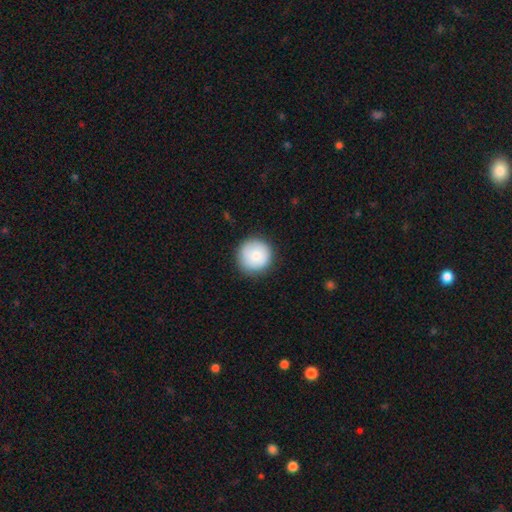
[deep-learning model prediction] Smooth or featured?
  - smooth: 80% *
  - featured or disk: 12%
  - star or artifact: 7%
How rounded?
  - round: 96% *
  - in between: 3%
  - cigar-shaped: 1%
Merging?
  - none: 87% *
  - minor disturbance: 10%
  - major disturbance: 2%
  - merger: 1%